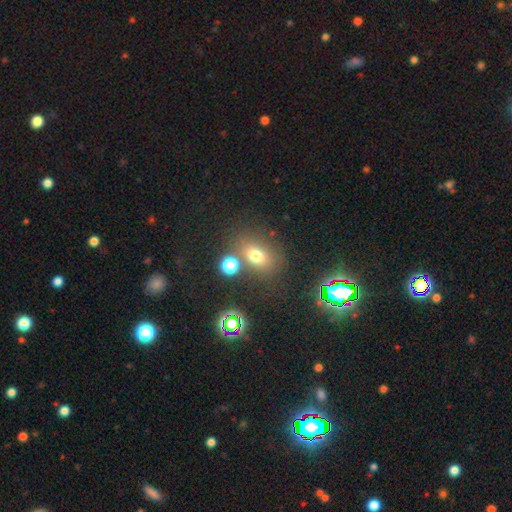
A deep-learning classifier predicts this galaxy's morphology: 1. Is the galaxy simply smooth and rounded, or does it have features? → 68% smooth, 21% star or artifact, 11% featured or disk.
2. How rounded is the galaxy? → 57% in between, 42% round, 2% cigar-shaped.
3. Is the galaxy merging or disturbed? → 69% none, 13% minor disturbance, 12% merger, 6% major disturbance.